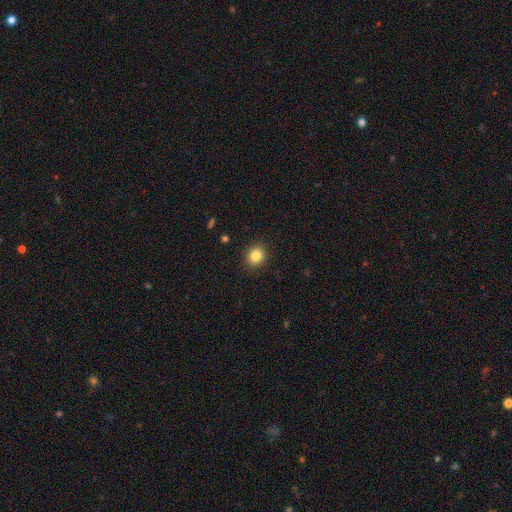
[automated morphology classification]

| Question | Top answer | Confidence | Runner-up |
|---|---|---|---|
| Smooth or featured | smooth | 84% | star or artifact (10%) |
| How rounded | round | 76% | in between (23%) |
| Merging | none | 90% | minor disturbance (7%) |